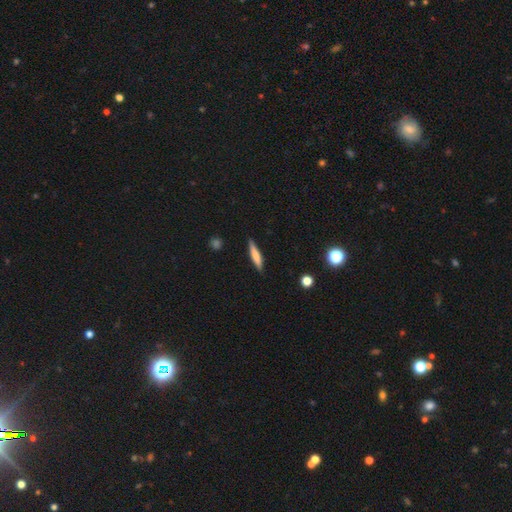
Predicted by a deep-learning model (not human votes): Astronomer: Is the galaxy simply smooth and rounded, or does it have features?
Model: smooth — 67%.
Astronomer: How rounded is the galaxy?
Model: cigar-shaped — 89%.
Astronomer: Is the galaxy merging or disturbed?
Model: none — 88%.